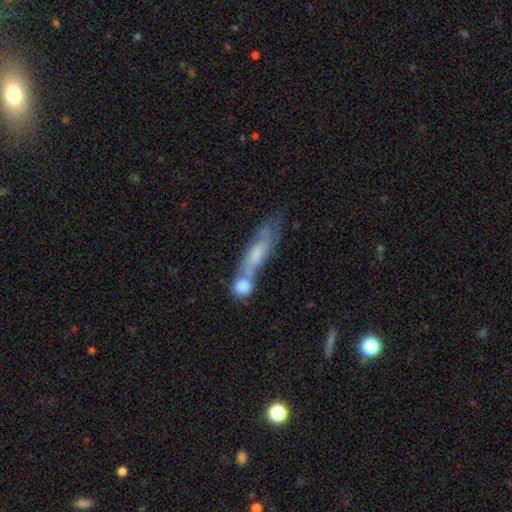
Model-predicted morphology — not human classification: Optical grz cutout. It shows a featured or disk galaxy (46%). Merging: none (44%).